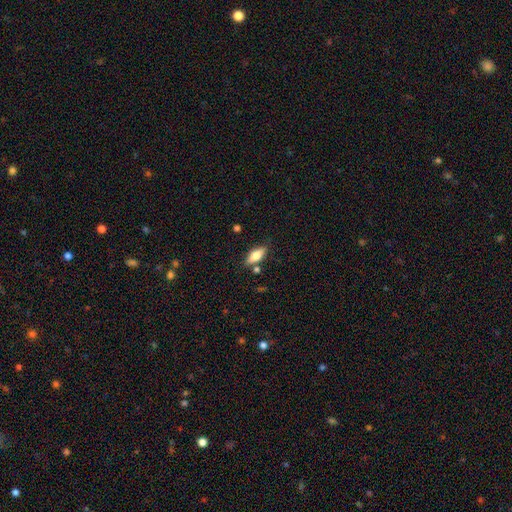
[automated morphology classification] This is likely a smooth galaxy (69%). How rounded: likely in between (76%). Merging: likely none (79%).